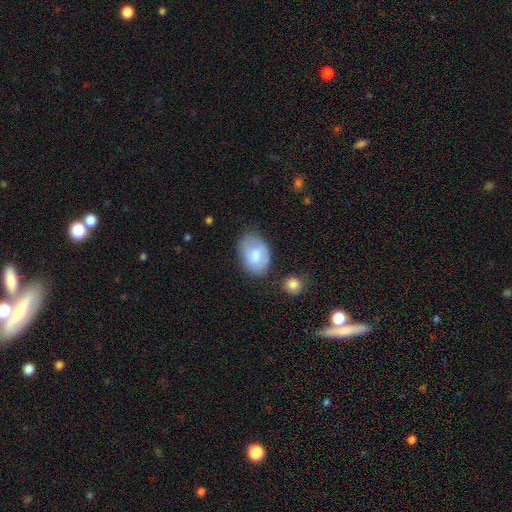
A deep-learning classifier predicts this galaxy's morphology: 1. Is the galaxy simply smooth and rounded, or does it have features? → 75% smooth, 19% featured or disk, 6% star or artifact.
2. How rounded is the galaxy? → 86% in between, 13% round, 1% cigar-shaped.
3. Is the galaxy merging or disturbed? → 61% none, 26% minor disturbance, 8% major disturbance, 5% merger.